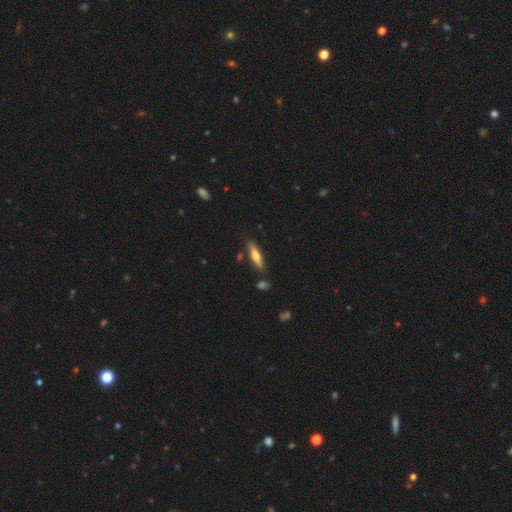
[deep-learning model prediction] Morphology: type=smooth (52%); roundness=cigar-shaped (78%); merging=none (82%).